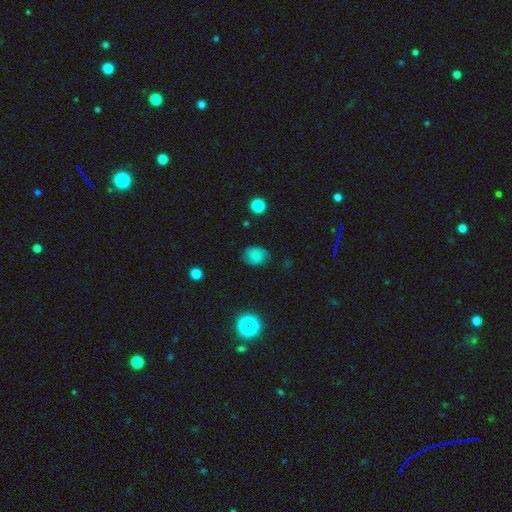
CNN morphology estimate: A smooth galaxy with no disk features (77%) that is round (58%). Merging: none (76%).